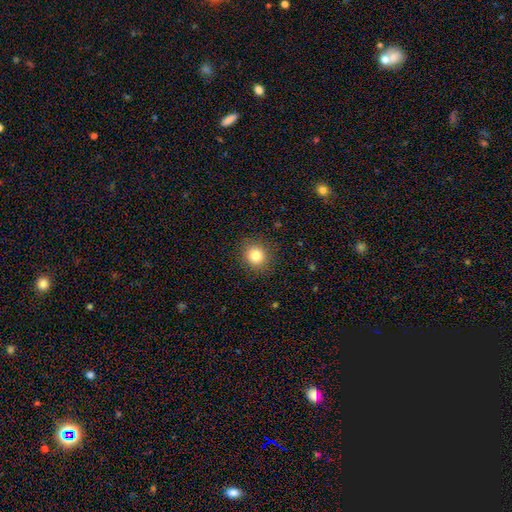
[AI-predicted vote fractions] smooth 83%, star or artifact 11%, featured or disk 6%. Down the decision tree: how rounded — round (82%); merging — none (89%).